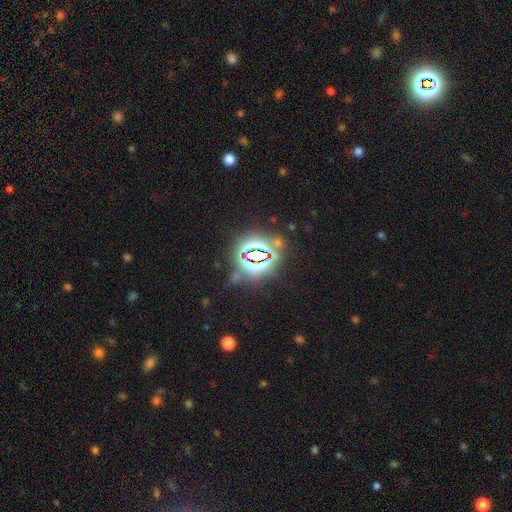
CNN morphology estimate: Smooth or featured? star or artifact (79%)